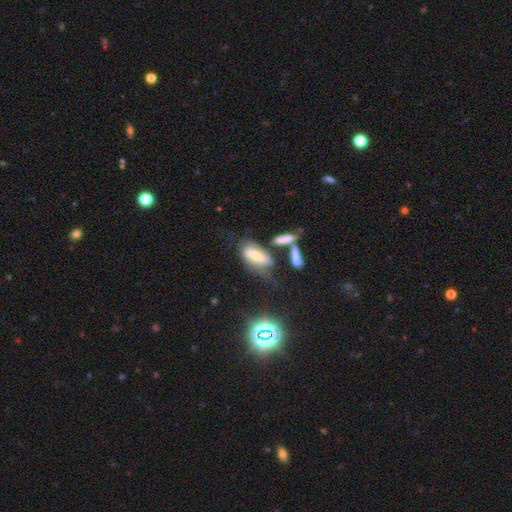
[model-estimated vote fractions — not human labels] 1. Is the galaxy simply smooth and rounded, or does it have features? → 47% smooth, 41% featured or disk, 12% star or artifact.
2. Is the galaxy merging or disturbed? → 33% none, 23% merger, 22% minor disturbance, 22% major disturbance.